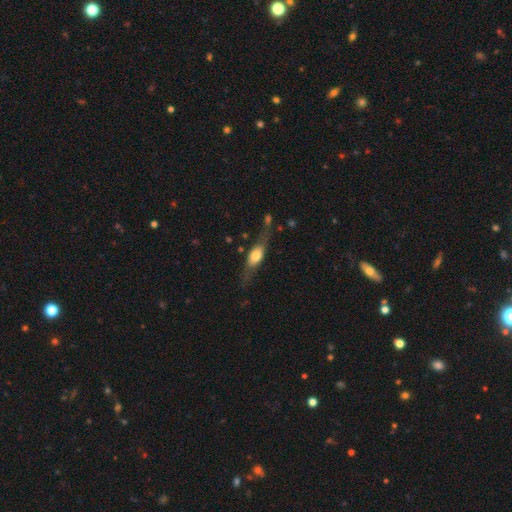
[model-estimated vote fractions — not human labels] Q: Smooth or featured?
A: smooth (49%); runner-up: featured or disk (44%)
Q: Merging?
A: none (60%); runner-up: minor disturbance (21%)